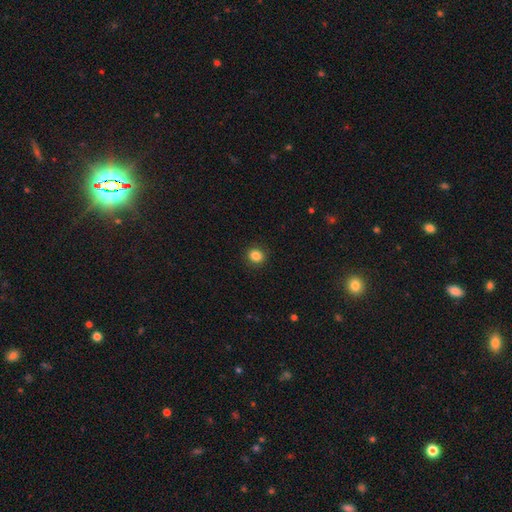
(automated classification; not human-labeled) This is clearly a smooth galaxy (85%). How rounded: clearly round (82%). Merging: clearly none (91%).